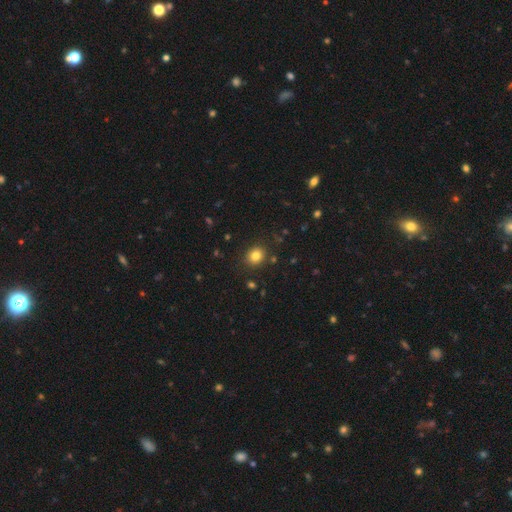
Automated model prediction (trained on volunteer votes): Smooth or featured?
  - smooth: 81% *
  - star or artifact: 12%
  - featured or disk: 6%
How rounded?
  - round: 70% *
  - in between: 29%
  - cigar-shaped: 1%
Merging?
  - none: 87% *
  - minor disturbance: 8%
  - major disturbance: 3%
  - merger: 2%